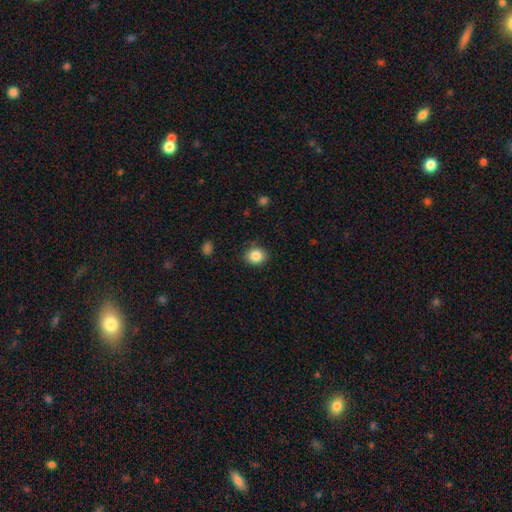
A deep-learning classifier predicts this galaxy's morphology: smooth 85%, star or artifact 10%, featured or disk 6%. Down the decision tree: how rounded — round (67%); merging — none (85%).